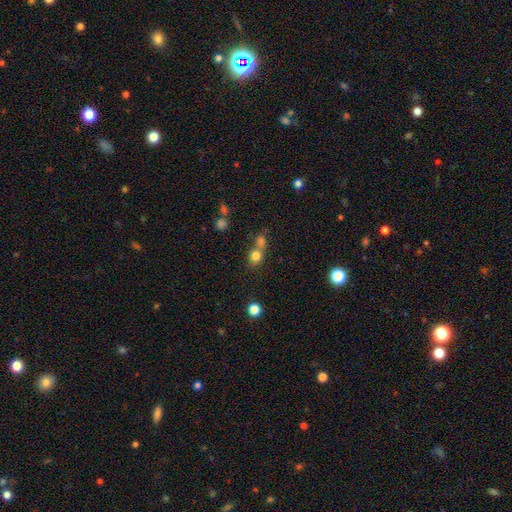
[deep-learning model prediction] Morphology: type=smooth (78%); roundness=round (83%); merging=none (48%).